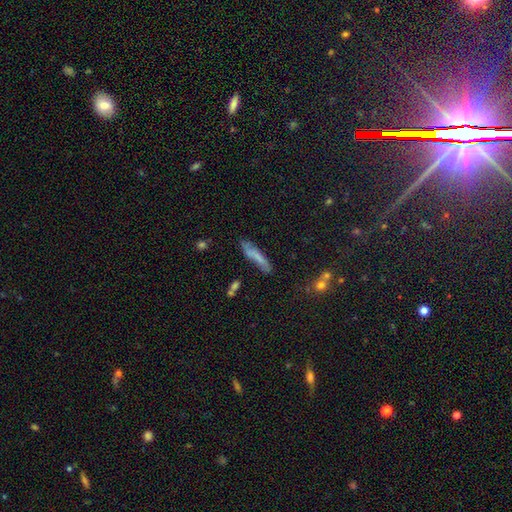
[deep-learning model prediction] A smooth galaxy with no disk features (57%) that is cigar-shaped (84%).

Vote fractions:
- Smooth or featured? smooth: 57% / featured or disk: 33% / star or artifact: 10%
- How rounded? cigar-shaped: 84% / in between: 13% / round: 2%
- Merging? none: 67% / minor disturbance: 21% / major disturbance: 7% / merger: 5%